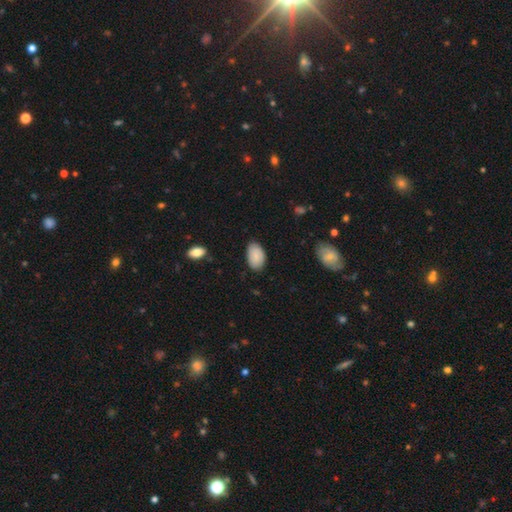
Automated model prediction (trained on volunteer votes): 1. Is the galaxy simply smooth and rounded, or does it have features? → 84% smooth, 9% featured or disk, 7% star or artifact.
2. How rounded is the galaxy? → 94% in between, 5% round, 1% cigar-shaped.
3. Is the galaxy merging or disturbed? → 80% none, 16% minor disturbance, 3% major disturbance, 1% merger.